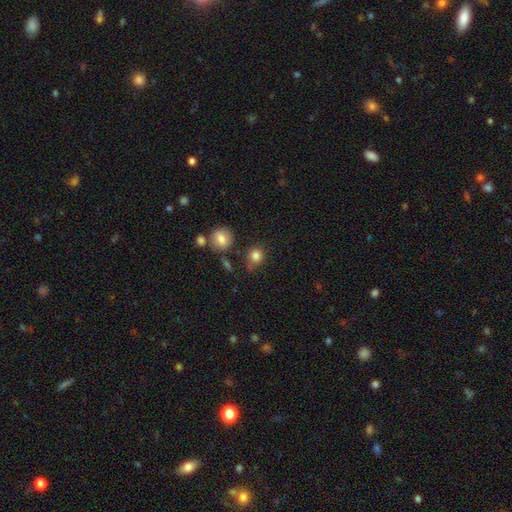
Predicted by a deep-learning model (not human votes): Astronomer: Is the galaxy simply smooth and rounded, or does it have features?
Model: smooth — 83%.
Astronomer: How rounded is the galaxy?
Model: round — 82%.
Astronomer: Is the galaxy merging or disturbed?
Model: none — 72%.